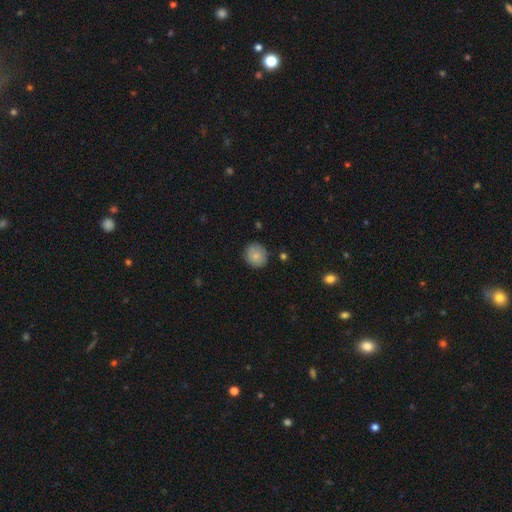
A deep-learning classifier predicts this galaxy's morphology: This is likely a smooth galaxy (80%). How rounded: clearly round (82%). Merging: clearly none (82%).